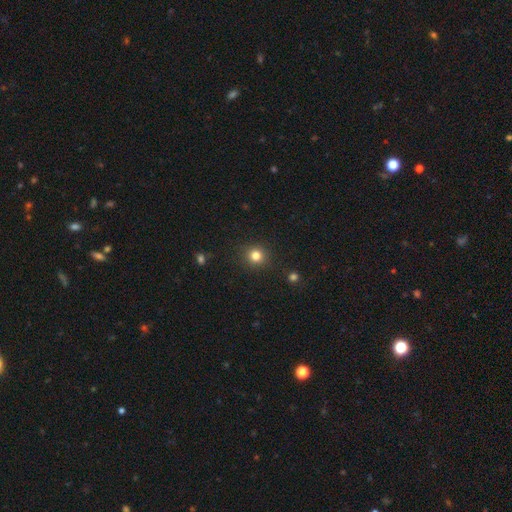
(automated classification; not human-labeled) This is clearly a smooth galaxy (81%). How rounded: clearly round (92%). Merging: clearly none (91%).